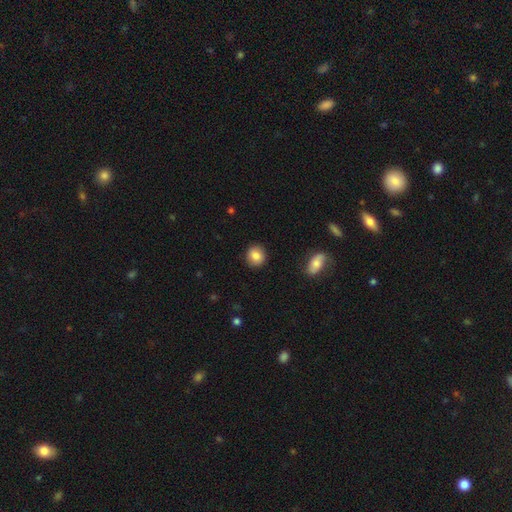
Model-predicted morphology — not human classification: smooth 86%, star or artifact 8%, featured or disk 6%. Down the decision tree: how rounded — round (84%); merging — none (90%).